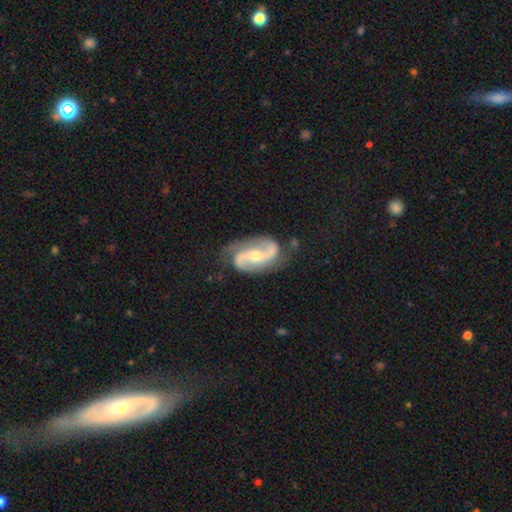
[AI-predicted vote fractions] smooth_or_featured: featured or disk (p=0.90) [alt: smooth p=0.05]
disk_edge_on: no (p=0.97) [alt: yes p=0.03]
bar: no (p=0.42) [alt: weak p=0.33]
has_spiral_arms: yes (p=0.98) [alt: no p=0.02]
spiral_winding: medium (p=0.46) [alt: loose p=0.36]
spiral_arm_count: 2 (p=0.93) [alt: can't tell p=0.02]
bulge_size: moderate (p=0.49) [alt: small p=0.47]
merging: none (p=0.74) [alt: minor disturbance p=0.17]